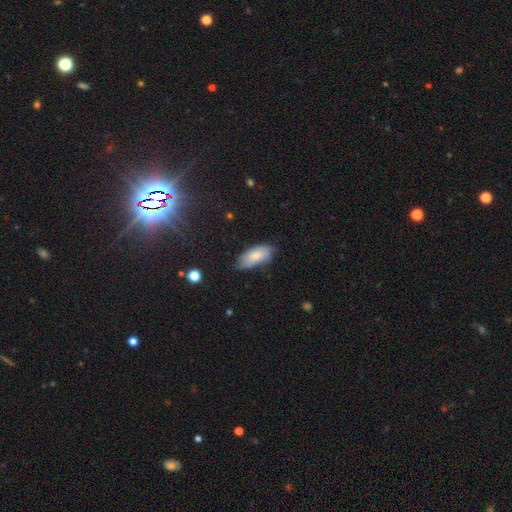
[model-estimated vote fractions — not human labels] Overall: smooth (76%). How rounded: in between (90%). Merging: none (56%; minor disturbance 34%).